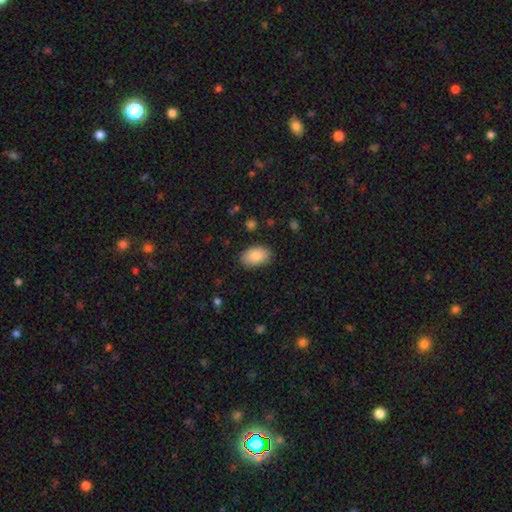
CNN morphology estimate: A smooth galaxy with no disk features (88%) that is in between round and cigar-shaped (92%).

Vote fractions:
- Smooth or featured? smooth: 88% / star or artifact: 6% / featured or disk: 6%
- How rounded? in between: 92% / round: 6% / cigar-shaped: 1%
- Merging? none: 85% / minor disturbance: 11% / major disturbance: 3% / merger: 1%